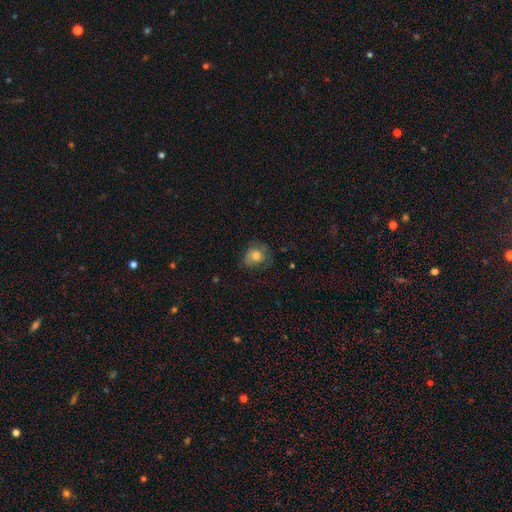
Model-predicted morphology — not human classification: The model was most divided on "merging": none: 58%, minor disturbance: 25%, major disturbance: 15%, merger: 1%. More confident: how rounded — round (66%); smooth or featured — smooth (66%).